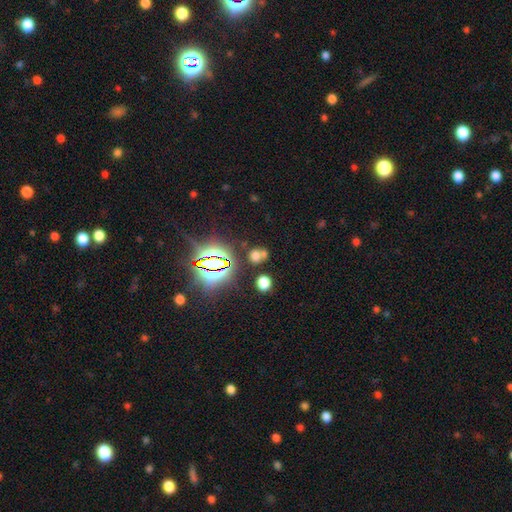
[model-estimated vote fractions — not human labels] Smooth or featured: smooth — 53% (star or artifact — 36%)
How rounded: round — 70% (in between — 28%)
Merging: none — 51% (merger — 36%)